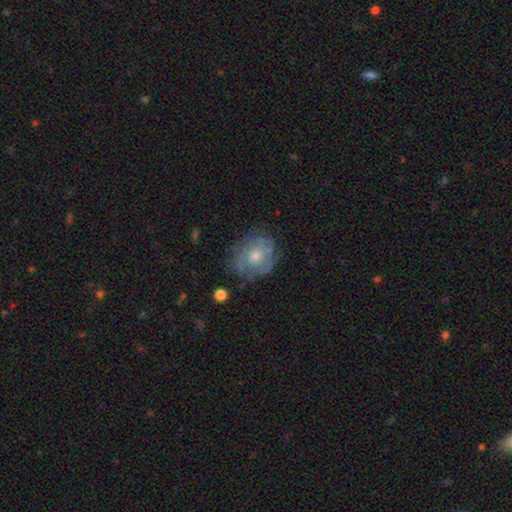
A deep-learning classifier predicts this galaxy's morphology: Smooth or featured? featured or disk (50%)
Merging? none (67%)